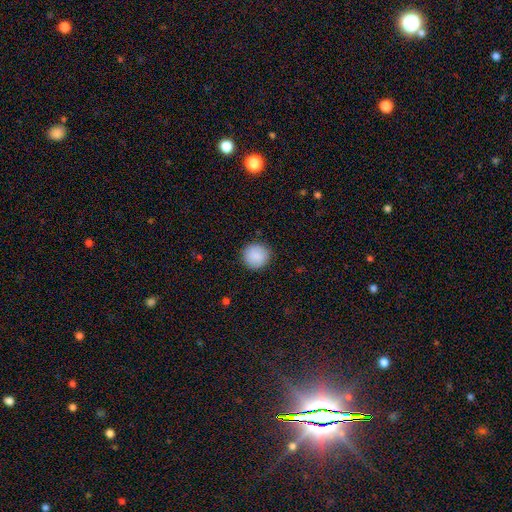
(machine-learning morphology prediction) type=smooth (88%); roundness=round (94%); merging=none (90%).